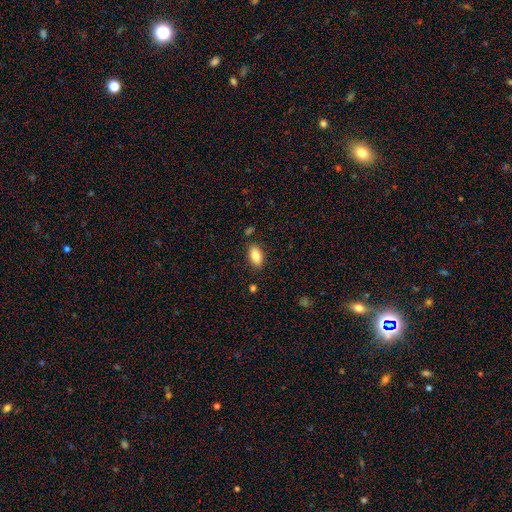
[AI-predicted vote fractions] A smooth galaxy with no disk features (83%) that is in between round and cigar-shaped (90%).

Vote fractions:
- Smooth or featured? smooth: 83% / featured or disk: 10% / star or artifact: 7%
- How rounded? in between: 90% / cigar-shaped: 7% / round: 4%
- Merging? none: 85% / minor disturbance: 10% / merger: 2% / major disturbance: 2%